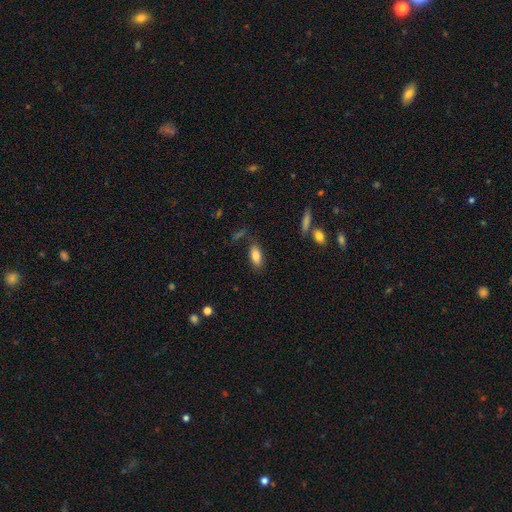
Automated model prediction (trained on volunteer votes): Smooth or featured? Predicted: smooth (p=0.82). How rounded? Predicted: in between (p=0.84). Merging? Predicted: none (p=0.76).